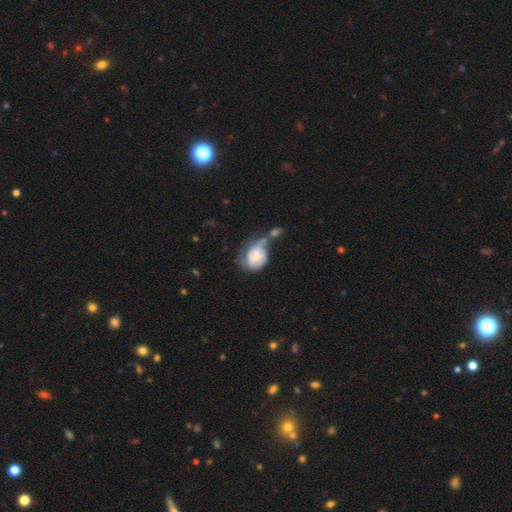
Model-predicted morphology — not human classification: smooth 46% (tied), featured or disk 46% (tied), star or artifact 8%. Down the decision tree: merging — merger (31%).